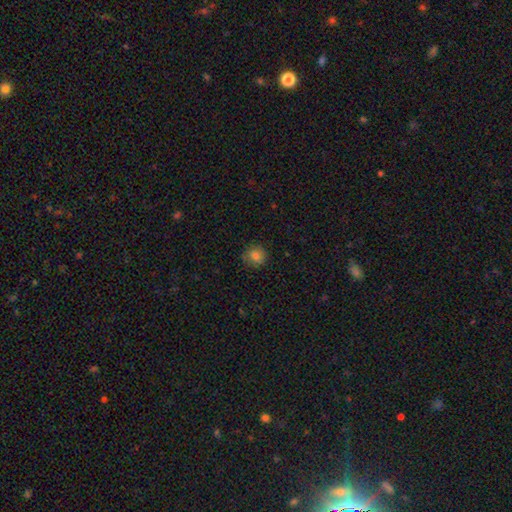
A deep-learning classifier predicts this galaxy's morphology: Q: Smooth or featured?
A: smooth (82%); runner-up: star or artifact (12%)
Q: How rounded?
A: round (85%); runner-up: in between (14%)
Q: Merging?
A: none (82%); runner-up: minor disturbance (14%)